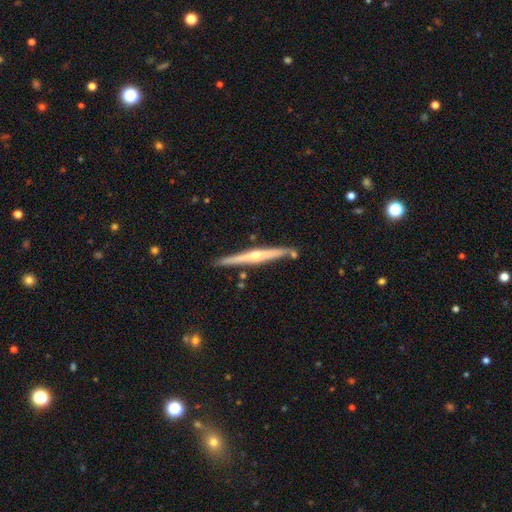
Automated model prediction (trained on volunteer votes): smooth-or-featured: featured or disk: 76% | smooth: 19% | star or artifact: 5%
  disk-edge-on: yes: 98% | no: 2%
    edge-on-bulge: rounded: 84% | none: 12% | boxy: 3%
  merging: none: 85% | minor disturbance: 9% | merger: 3% | major disturbance: 2%